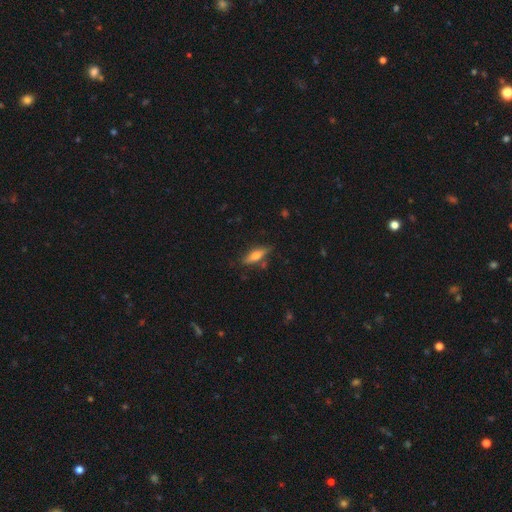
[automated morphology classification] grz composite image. It shows a smooth galaxy with no disk features (52%) that is cigar-shaped (57%). Merging: none (75%).